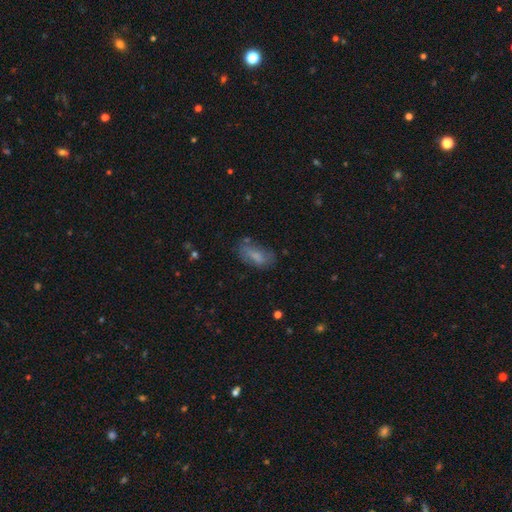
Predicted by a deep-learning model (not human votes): Smooth or featured: smooth — 69% (featured or disk — 21%)
How rounded: in between — 81% (cigar-shaped — 15%)
Merging: none — 60% (minor disturbance — 25%)